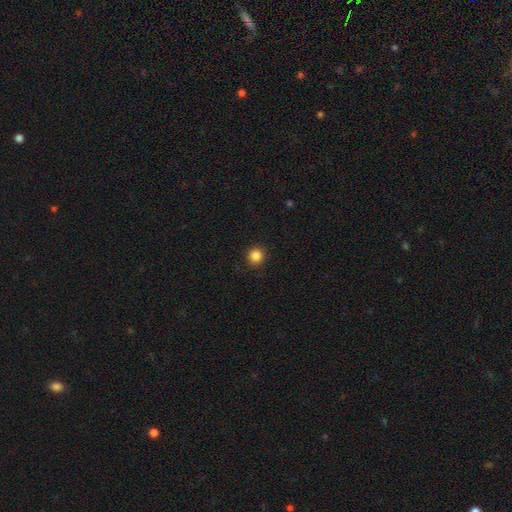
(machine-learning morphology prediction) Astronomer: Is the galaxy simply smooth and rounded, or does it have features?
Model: smooth — 85%.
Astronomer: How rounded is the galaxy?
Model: round — 93%.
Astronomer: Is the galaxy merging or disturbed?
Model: none — 92%.